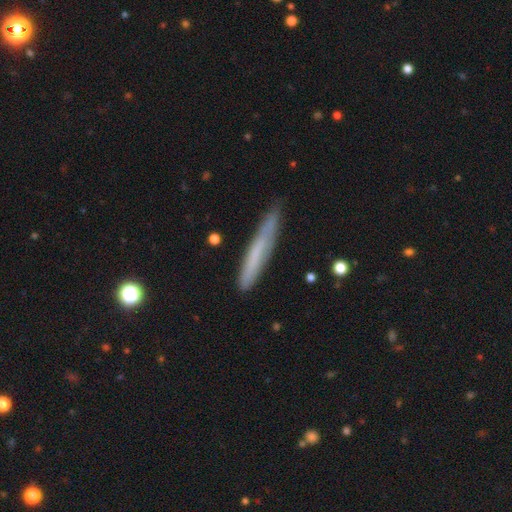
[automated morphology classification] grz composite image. It shows a smooth galaxy with no disk features (60%) that is cigar-shaped (95%). Merging: none (77%).